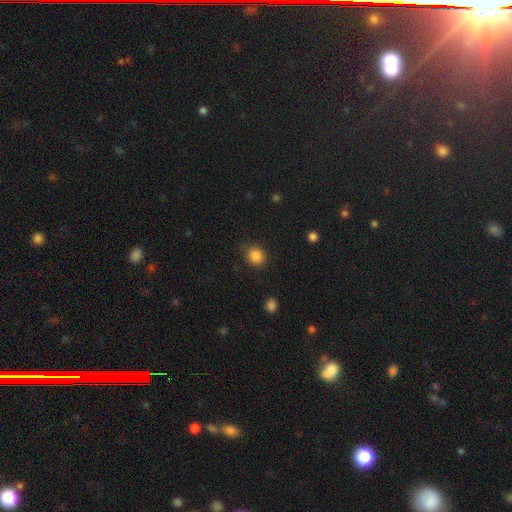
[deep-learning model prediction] smooth_or_featured: smooth (p=0.86) [alt: star or artifact p=0.10]
how_rounded: round (p=0.76) [alt: in between p=0.23]
merging: none (p=0.80) [alt: minor disturbance p=0.14]